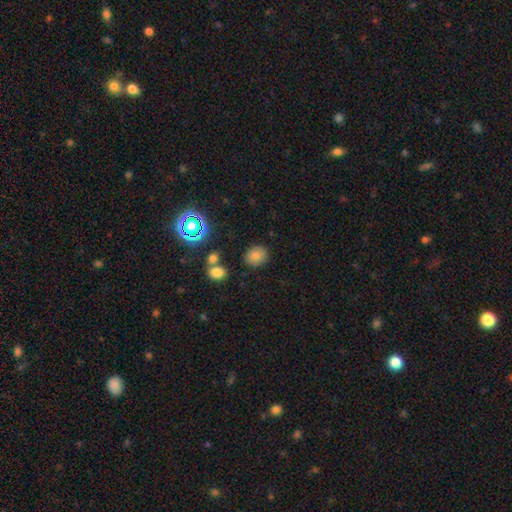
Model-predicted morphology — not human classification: This is likely a smooth galaxy (79%). How rounded: likely round (61%). Merging: clearly none (83%).